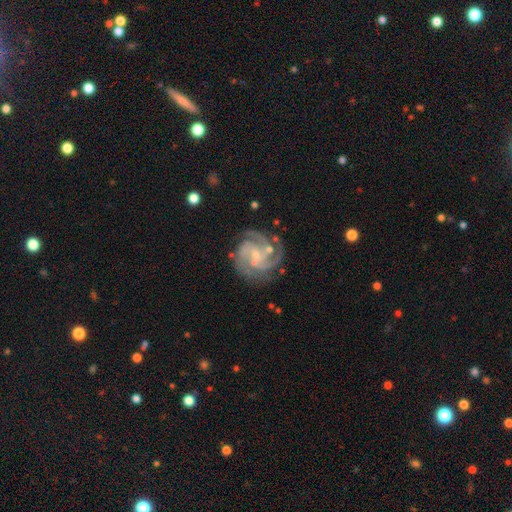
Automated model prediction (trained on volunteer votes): This appears to be a featured or disk galaxy (90%) with no bar (46%), 3 (47%) tight (55%) spiral arms (98%) and a small central bulge (65%). Merging: none (71%).